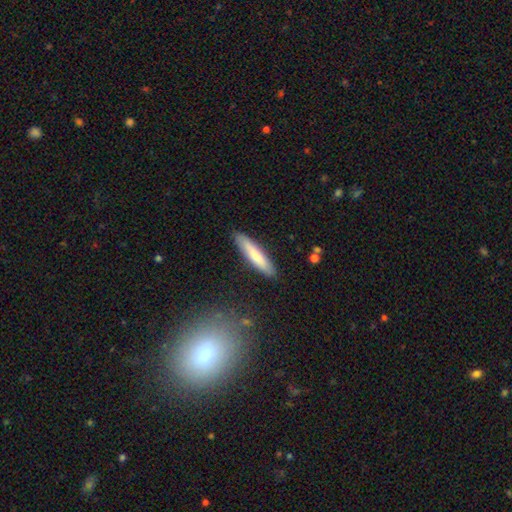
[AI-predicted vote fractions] Q: Smooth or featured?
A: smooth (75%); runner-up: featured or disk (19%)
Q: How rounded?
A: cigar-shaped (85%); runner-up: in between (14%)
Q: Merging?
A: none (88%); runner-up: minor disturbance (9%)